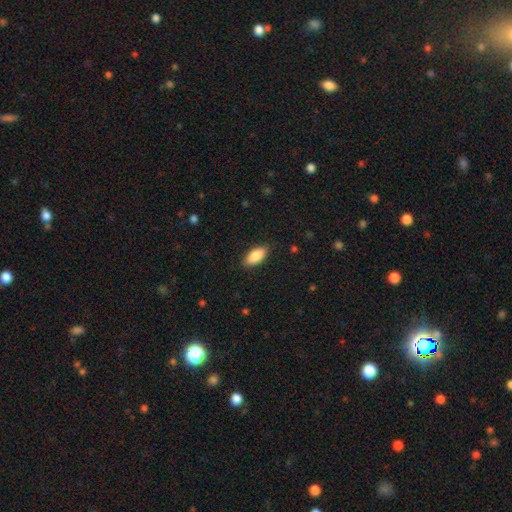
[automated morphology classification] Smooth or featured? smooth (88%)
How rounded? in between (91%)
Merging? none (87%)